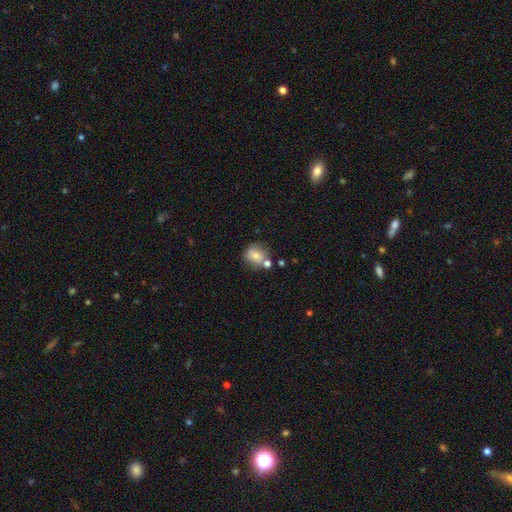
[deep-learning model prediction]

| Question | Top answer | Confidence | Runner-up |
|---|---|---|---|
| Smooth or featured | smooth | 73% | featured or disk (17%) |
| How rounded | round | 75% | in between (24%) |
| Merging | none | 56% | merger (22%) |